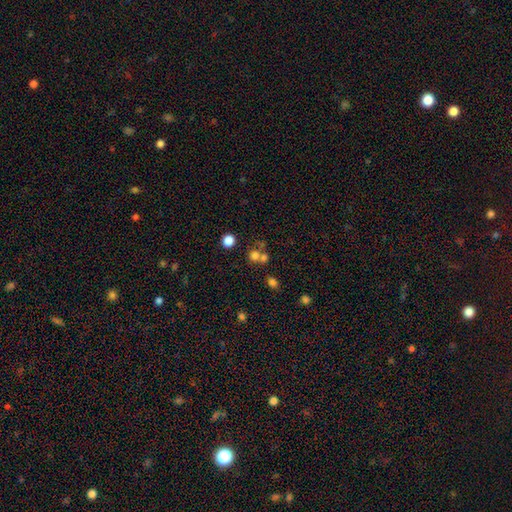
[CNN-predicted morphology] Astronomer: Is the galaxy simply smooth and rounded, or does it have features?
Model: smooth — 70%.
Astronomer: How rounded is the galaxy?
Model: round — 83%.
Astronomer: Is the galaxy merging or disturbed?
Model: none — 48% (runner-up: merger, 41%).